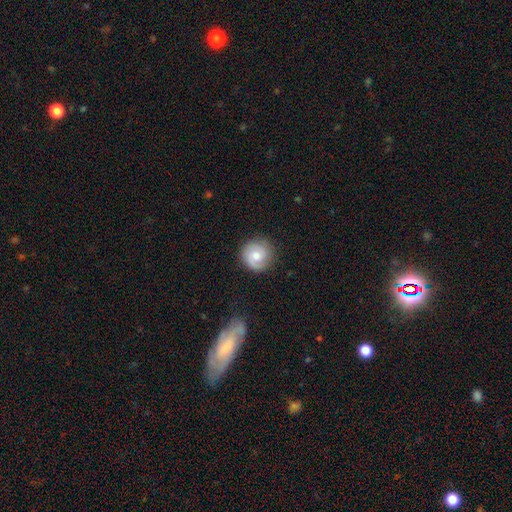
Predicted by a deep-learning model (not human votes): smooth 52%, featured or disk 41%, star or artifact 8%. Down the decision tree: how rounded — round (92%); merging — none (82%).